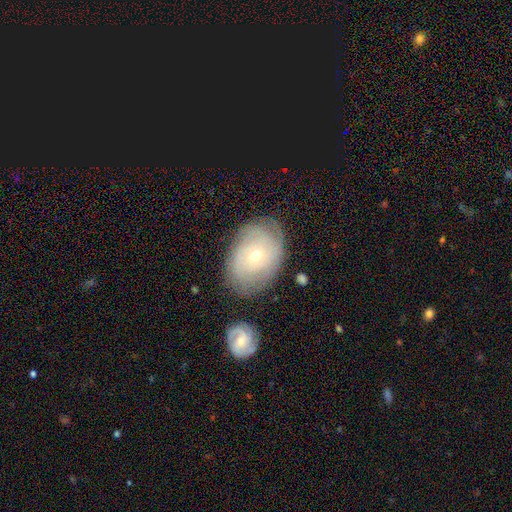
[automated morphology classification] smooth_or_featured: featured or disk (p=0.65) [alt: smooth p=0.27]
disk_edge_on: no (p=0.94) [alt: yes p=0.06]
bar: no (p=0.80) [alt: weak p=0.16]
has_spiral_arms: yes (p=0.79) [alt: no p=0.21]
bulge_size: small (p=0.49) [alt: moderate p=0.47]
merging: none (p=0.75) [alt: minor disturbance p=0.16]